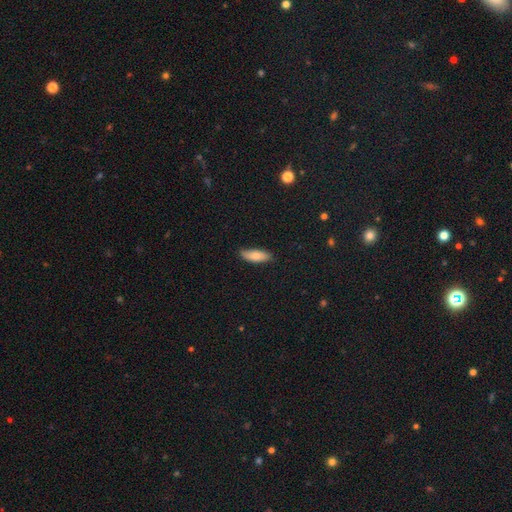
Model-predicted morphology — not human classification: This appears to be a smooth galaxy with no disk features (81%) that is in between round and cigar-shaped (63%). Merging: none (82%).